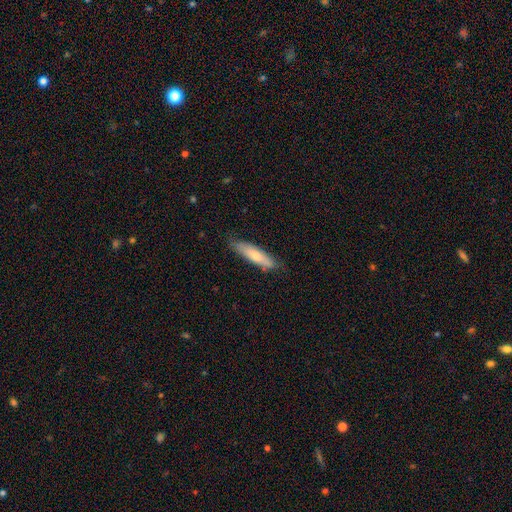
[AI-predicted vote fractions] Smooth or featured? smooth (67%)
How rounded? cigar-shaped (70%)
Merging? none (77%)